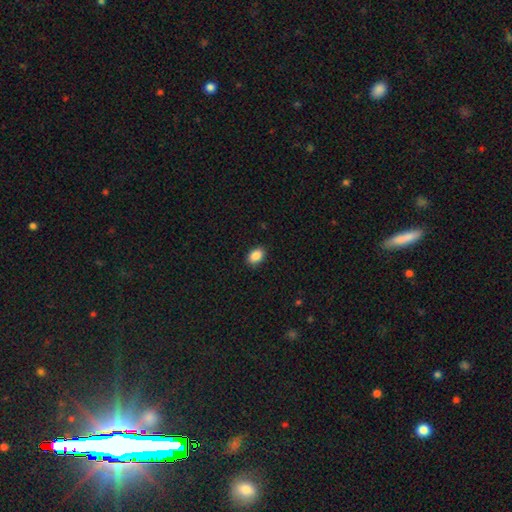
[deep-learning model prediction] A smooth galaxy with no disk features (89%) that is in between round and cigar-shaped (85%). Merging: none (89%).